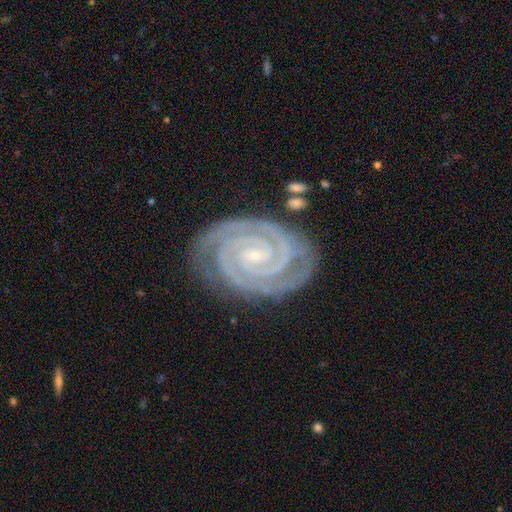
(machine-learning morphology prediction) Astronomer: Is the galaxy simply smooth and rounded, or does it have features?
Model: featured or disk — 94%.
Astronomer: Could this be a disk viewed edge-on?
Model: no — 98%.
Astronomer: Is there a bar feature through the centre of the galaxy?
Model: no — 49% (runner-up: weak, 31%).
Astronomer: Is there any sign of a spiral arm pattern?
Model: yes — 99%.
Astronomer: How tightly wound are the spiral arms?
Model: tight — 89%.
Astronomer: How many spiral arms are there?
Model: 2 — 78%.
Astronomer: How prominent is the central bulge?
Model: small — 85%.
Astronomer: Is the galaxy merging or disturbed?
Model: none — 83%.